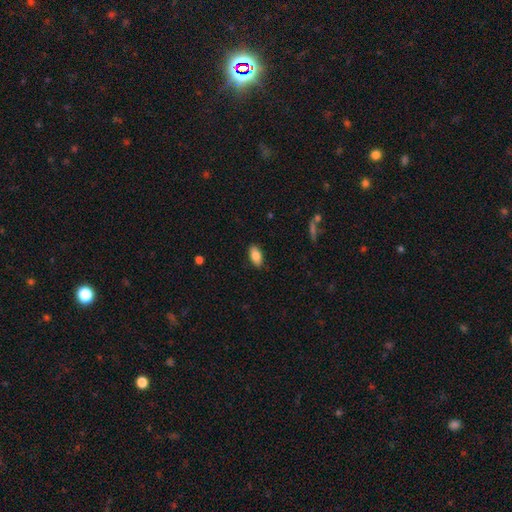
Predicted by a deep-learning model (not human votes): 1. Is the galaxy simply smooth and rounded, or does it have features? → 84% smooth, 9% featured or disk, 7% star or artifact.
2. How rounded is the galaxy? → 92% in between, 5% cigar-shaped, 3% round.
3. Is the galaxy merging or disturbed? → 87% none, 10% minor disturbance, 2% major disturbance, 1% merger.